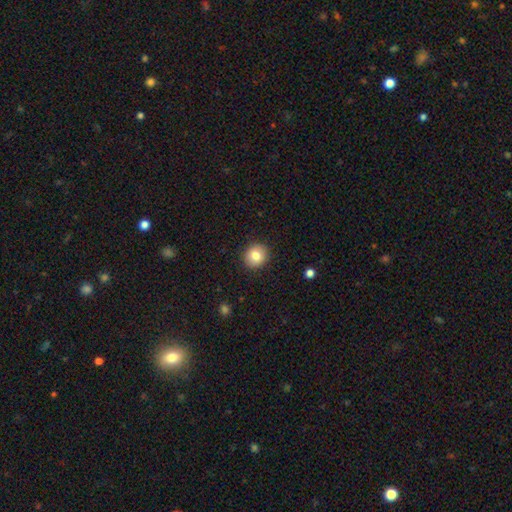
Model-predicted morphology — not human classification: The model was most divided on "how rounded": round: 83%, in between: 16%, cigar-shaped: 1%. More confident: merging — none (91%); smooth or featured — smooth (82%).